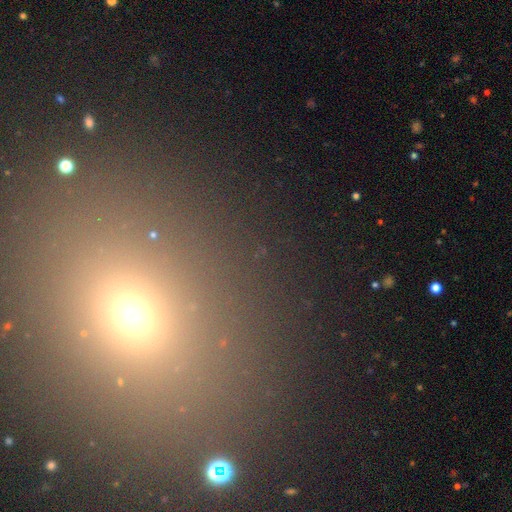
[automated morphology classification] smooth_or_featured: smooth (p=0.48) [alt: star or artifact p=0.42]
merging: none (p=0.86) [alt: minor disturbance p=0.07]